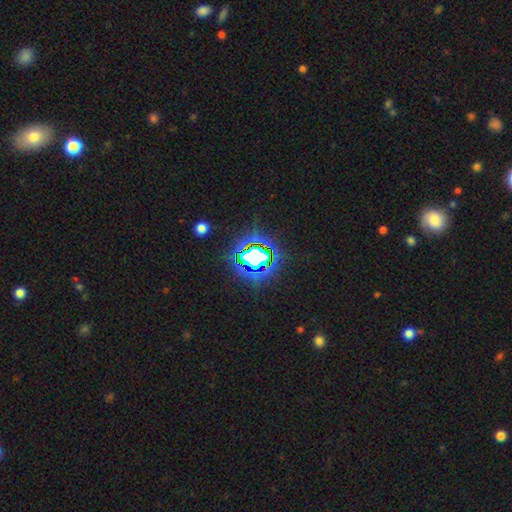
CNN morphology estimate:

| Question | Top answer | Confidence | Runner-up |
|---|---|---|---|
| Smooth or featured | star or artifact | 71% | smooth (17%) |